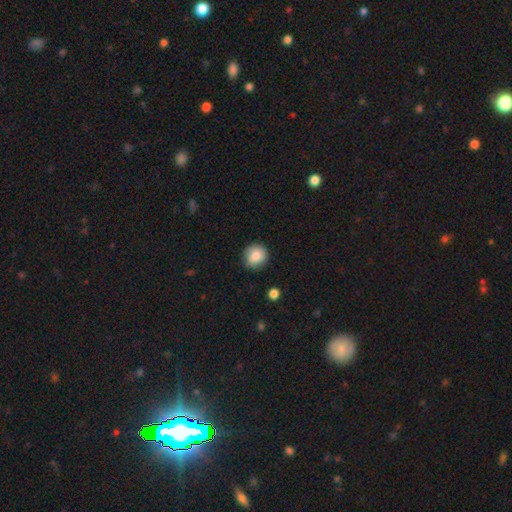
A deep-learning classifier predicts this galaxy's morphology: Q: Smooth or featured?
A: smooth (85%); runner-up: star or artifact (8%)
Q: How rounded?
A: round (88%); runner-up: in between (11%)
Q: Merging?
A: none (84%); runner-up: minor disturbance (12%)